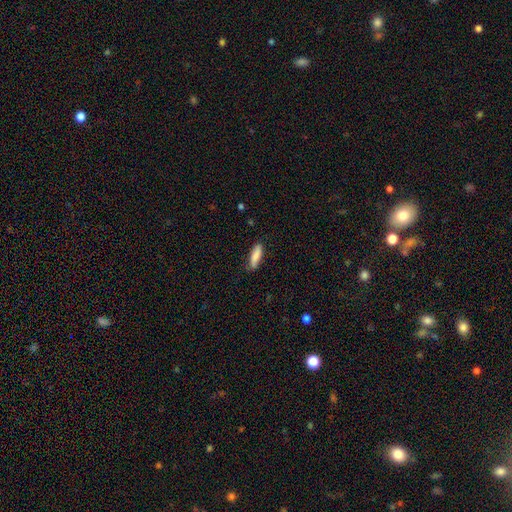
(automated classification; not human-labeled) Morphology: type=smooth (85%); roundness=cigar-shaped (55%); merging=none (77%).